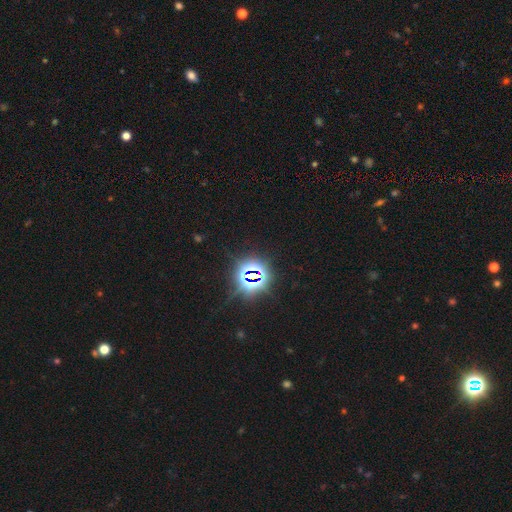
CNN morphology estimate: Overall: star or artifact (84%).